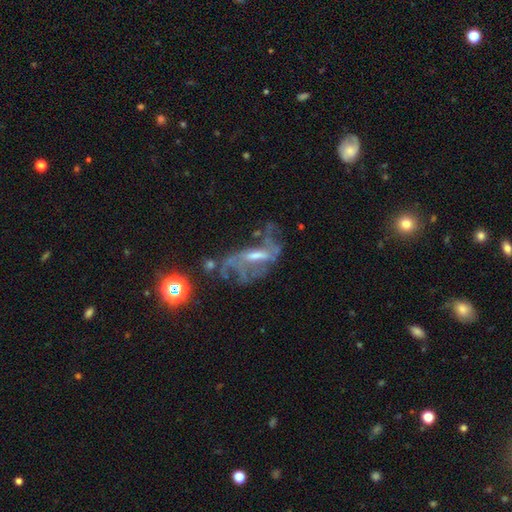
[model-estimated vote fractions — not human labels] smooth-or-featured: featured or disk: 72% | star or artifact: 15% | smooth: 13%
  disk-edge-on: no: 89% | yes: 11%
    bar: weak: 43% | no: 29% | strong: 28%
    has-spiral-arms: yes: 62% | no: 38%
    bulge-size: moderate: 42% | small: 34% | none: 18% | large: 5% | dominant: 1%
  merging: major disturbance: 38% | none: 35% | minor disturbance: 18% | merger: 9%